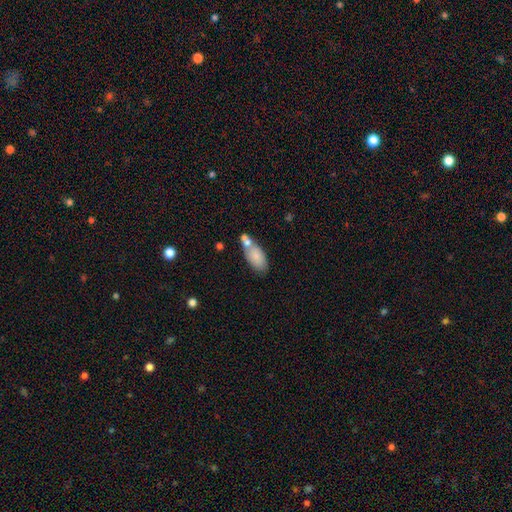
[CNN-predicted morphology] A smooth galaxy with no disk features (79%) that is in between round and cigar-shaped (86%). Merging: none (50%).